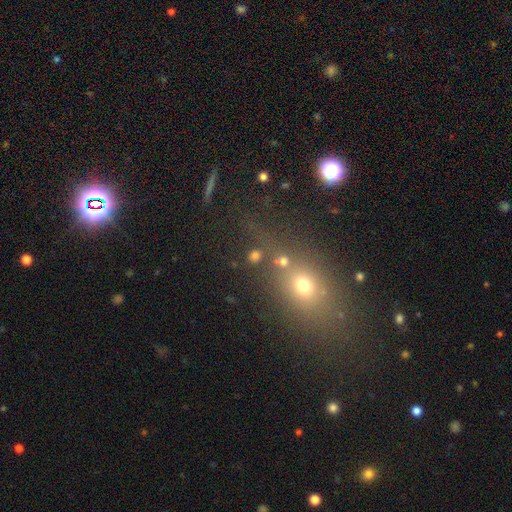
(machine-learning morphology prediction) A smooth galaxy with no disk features (51%) that is round (67%).

Vote fractions:
- Smooth or featured? smooth: 51% / star or artifact: 35% / featured or disk: 14%
- How rounded? round: 67% / in between: 27% / cigar-shaped: 6%
- Merging? none: 61% / merger: 20% / minor disturbance: 10% / major disturbance: 9%